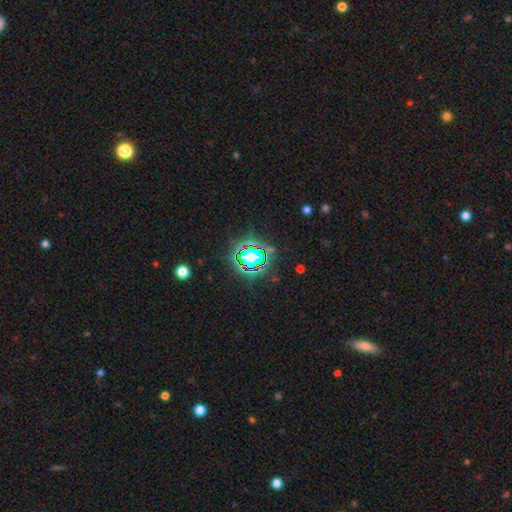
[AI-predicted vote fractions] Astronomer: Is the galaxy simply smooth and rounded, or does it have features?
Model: star or artifact — 70%.